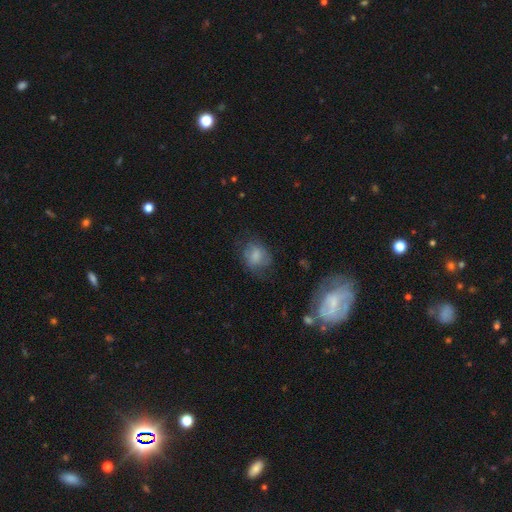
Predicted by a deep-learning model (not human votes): Smooth or featured? smooth (71%)
How rounded? in between (50%)
Merging? none (57%)